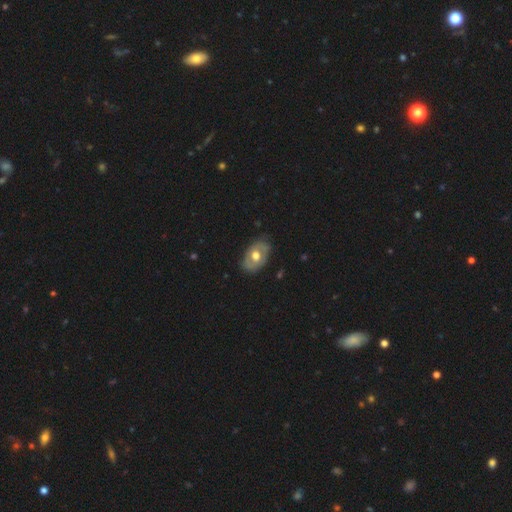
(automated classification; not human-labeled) A featured or disk galaxy (54%). Merging: none (75%).